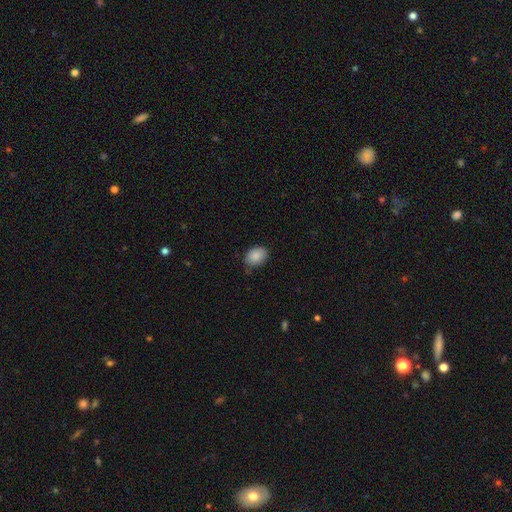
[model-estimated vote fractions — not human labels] The model was most divided on "how rounded": in between: 75%, round: 24%, cigar-shaped: 1%. More confident: smooth or featured — smooth (87%); merging — none (74%).